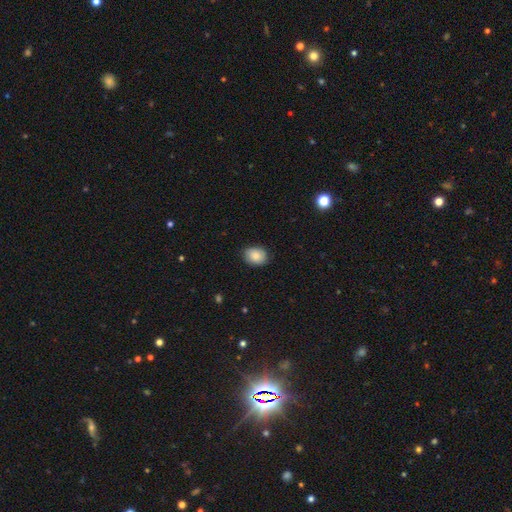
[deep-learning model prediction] Smooth or featured? Predicted: smooth (p=0.84). How rounded? Predicted: in between (p=0.61). Merging? Predicted: none (p=0.83).